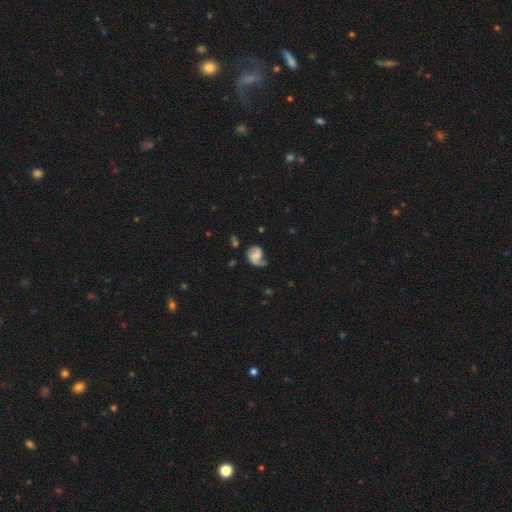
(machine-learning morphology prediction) Smooth or featured: featured or disk — 66% (smooth — 26%)
Edge-on disk: no — 98% (yes — 2%)
Bar: no — 53% (weak — 36%)
Spiral arms: yes — 89% (no — 11%)
Spiral winding: medium — 40% (loose — 39%)
Spiral arm count: 2 — 54% (1 — 38%)
Bulge size: none — 40% (small — 30%)
Merging: none — 41% (minor disturbance — 27%)